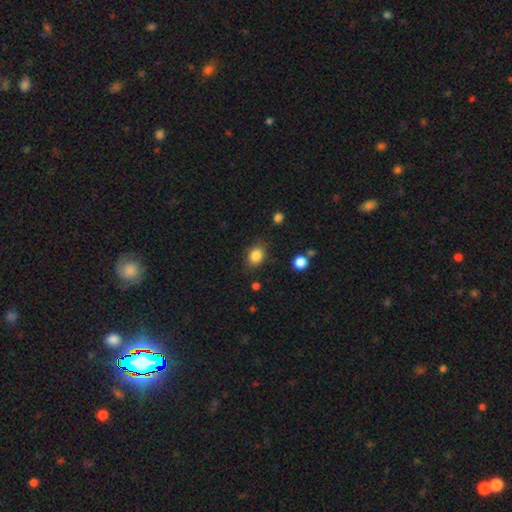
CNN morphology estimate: smooth_or_featured: smooth (p=0.85) [alt: star or artifact p=0.10]
how_rounded: in between (p=0.60) [alt: round p=0.39]
merging: none (p=0.81) [alt: minor disturbance p=0.13]